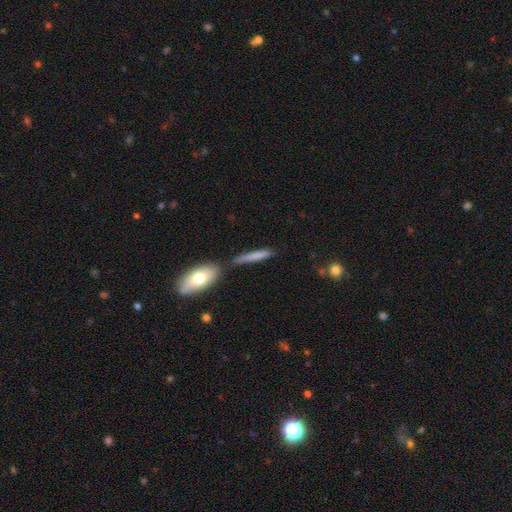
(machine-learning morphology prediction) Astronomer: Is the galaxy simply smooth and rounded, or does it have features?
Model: smooth — 74%.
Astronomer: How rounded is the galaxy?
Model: cigar-shaped — 88%.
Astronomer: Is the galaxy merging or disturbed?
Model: none — 73%.